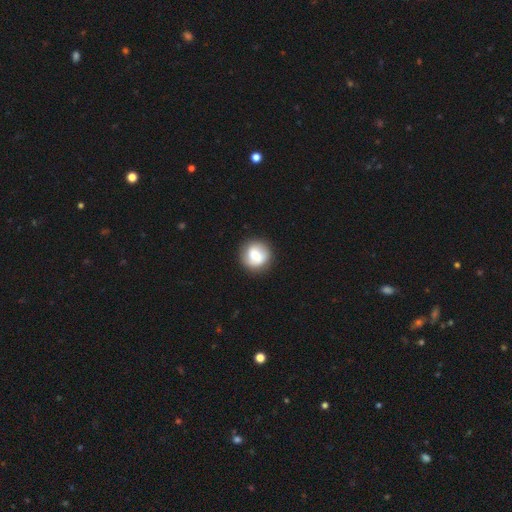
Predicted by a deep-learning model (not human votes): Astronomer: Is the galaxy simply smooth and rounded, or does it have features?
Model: smooth — 74%.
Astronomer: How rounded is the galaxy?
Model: round — 89%.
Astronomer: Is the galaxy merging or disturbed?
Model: none — 78%.